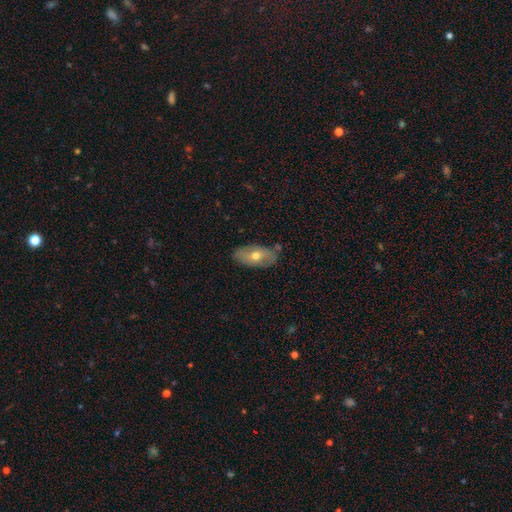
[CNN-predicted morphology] Overall: smooth (56%; featured or disk 37%). How rounded: in between (90%). Merging: none (78%).